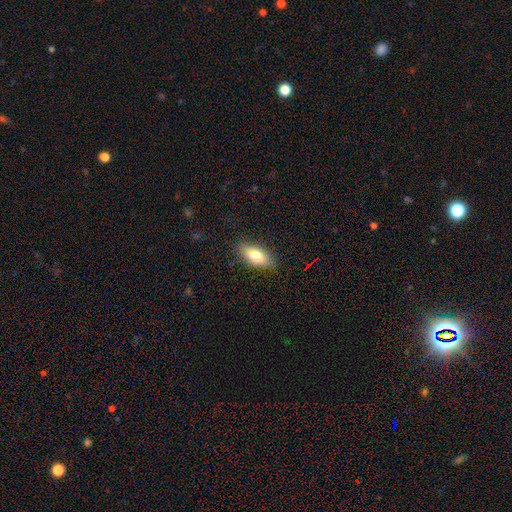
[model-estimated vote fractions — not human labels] smooth_or_featured: smooth (p=0.77) [alt: featured or disk p=0.16]
how_rounded: in between (p=0.83) [alt: cigar-shaped p=0.14]
merging: none (p=0.86) [alt: minor disturbance p=0.10]